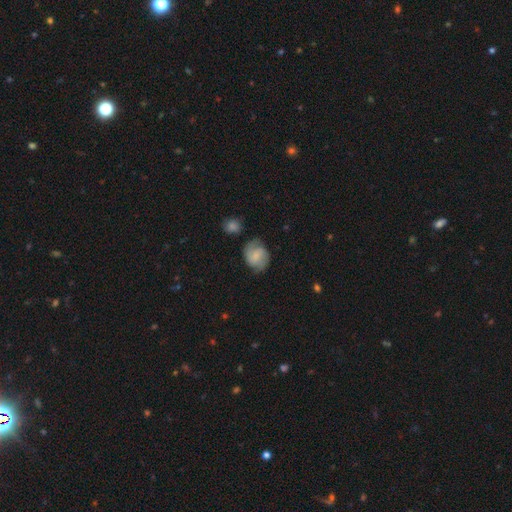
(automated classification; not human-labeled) A smooth galaxy with no disk features (51%) that is in between round and cigar-shaped (50%).

Vote fractions:
- Smooth or featured? smooth: 51% / featured or disk: 41% / star or artifact: 8%
- How rounded? in between: 50% / round: 48% / cigar-shaped: 1%
- Merging? none: 64% / minor disturbance: 24% / major disturbance: 8% / merger: 4%